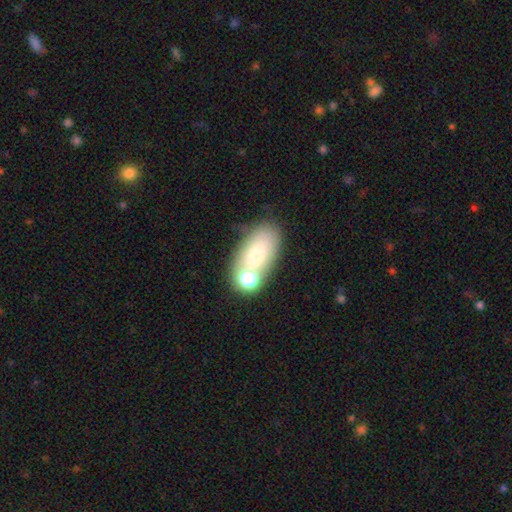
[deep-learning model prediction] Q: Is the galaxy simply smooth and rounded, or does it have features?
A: smooth — 69%.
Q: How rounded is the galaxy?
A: in between — 90%.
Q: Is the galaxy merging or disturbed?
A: none — 46%.